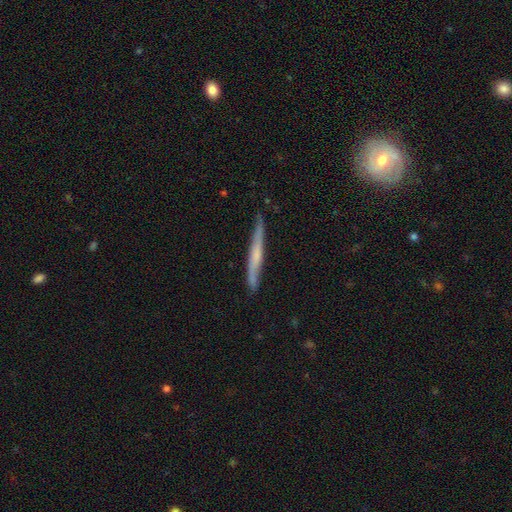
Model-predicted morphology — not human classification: featured or disk 56%, smooth 38%, star or artifact 6%. Down the decision tree: edge-on disk — yes (93%); edge-on bulge — none (63%); merging — none (82%).